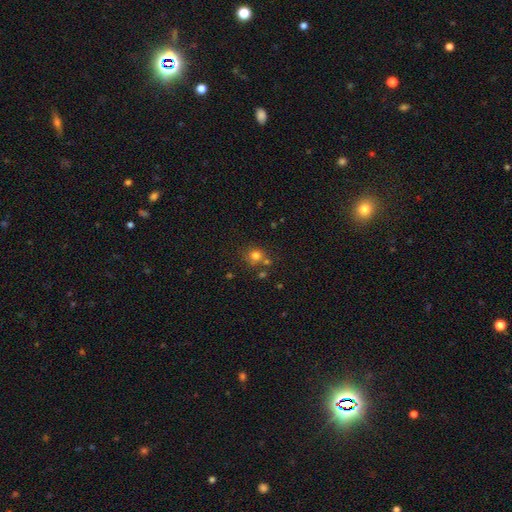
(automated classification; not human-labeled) This appears to be a smooth galaxy with no disk features (76%) that is round (85%). Merging: none (66%).